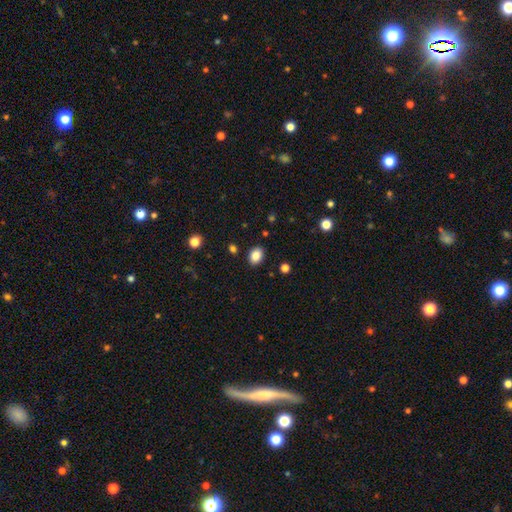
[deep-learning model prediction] A smooth galaxy with no disk features (86%) that is in between round and cigar-shaped (65%).

Vote fractions:
- Smooth or featured? smooth: 86% / star or artifact: 9% / featured or disk: 4%
- How rounded? in between: 65% / round: 35% / cigar-shaped: 1%
- Merging? none: 88% / minor disturbance: 8% / major disturbance: 2% / merger: 2%